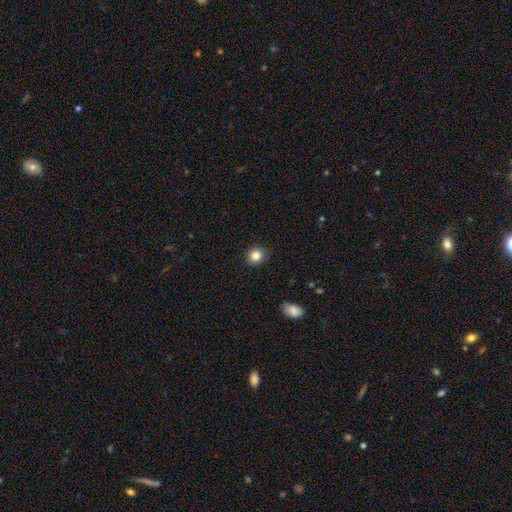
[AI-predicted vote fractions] smooth 84%, star or artifact 10%, featured or disk 5%. Down the decision tree: how rounded — round (83%); merging — none (86%).